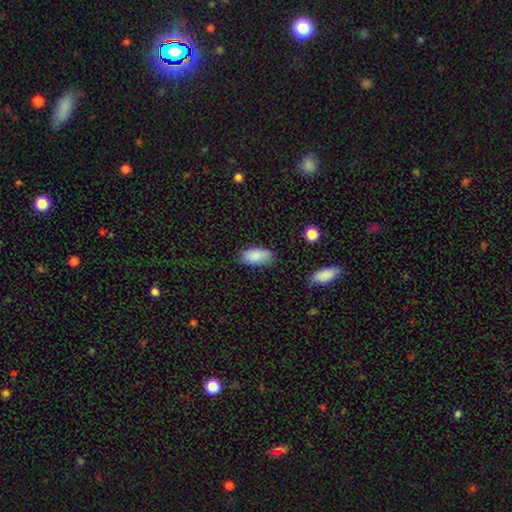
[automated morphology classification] type=smooth (87%); roundness=in between (93%); merging=none (80%).